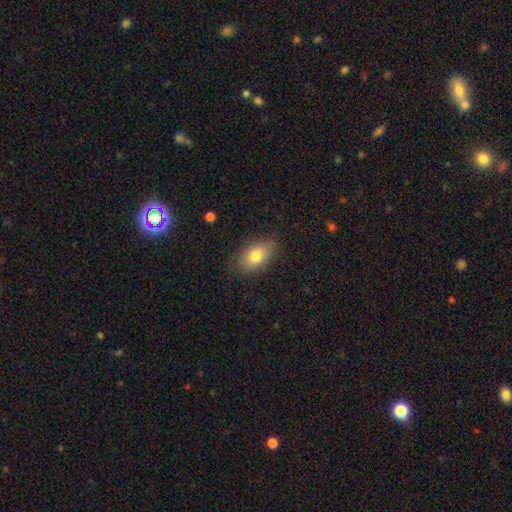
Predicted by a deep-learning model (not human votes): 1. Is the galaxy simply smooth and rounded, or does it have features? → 77% smooth, 14% featured or disk, 8% star or artifact.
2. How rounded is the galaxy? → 88% in between, 10% round, 2% cigar-shaped.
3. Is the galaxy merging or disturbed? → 79% none, 16% minor disturbance, 4% major disturbance, 1% merger.